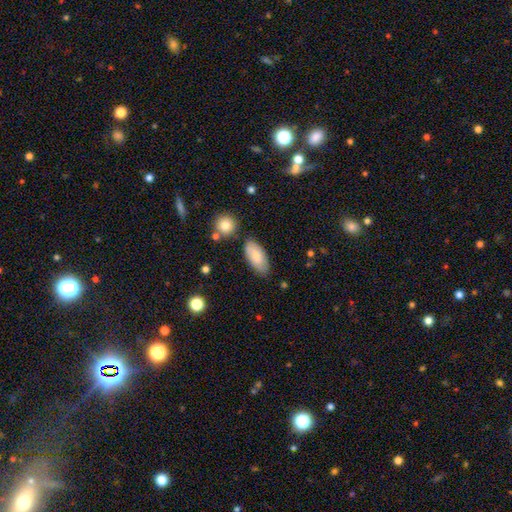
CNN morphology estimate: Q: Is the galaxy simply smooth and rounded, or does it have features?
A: smooth — 81%.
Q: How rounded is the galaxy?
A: in between — 91%.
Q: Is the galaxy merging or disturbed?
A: none — 78%.